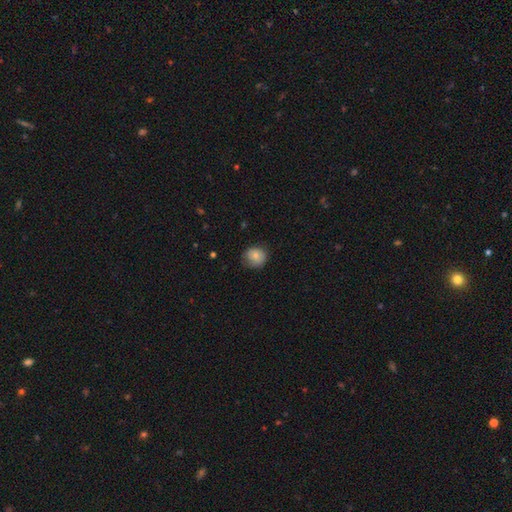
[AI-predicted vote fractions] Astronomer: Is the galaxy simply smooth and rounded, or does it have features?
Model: smooth — 76%.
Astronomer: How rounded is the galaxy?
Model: round — 77%.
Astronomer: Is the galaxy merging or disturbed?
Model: none — 68%.